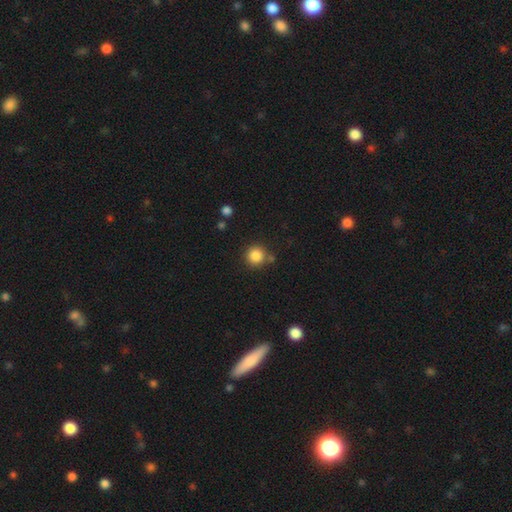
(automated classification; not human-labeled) smooth_or_featured: smooth (p=0.85) [alt: star or artifact p=0.10]
how_rounded: round (p=0.93) [alt: in between p=0.06]
merging: none (p=0.79) [alt: minor disturbance p=0.10]